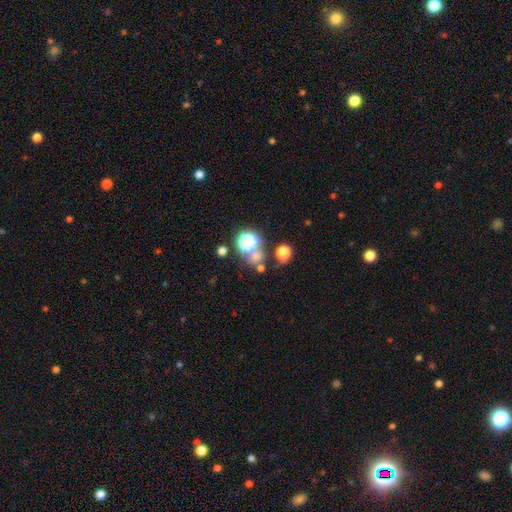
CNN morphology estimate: smooth 52%, star or artifact 37%, featured or disk 11%. Down the decision tree: how rounded — round (82%); merging — none (56%).